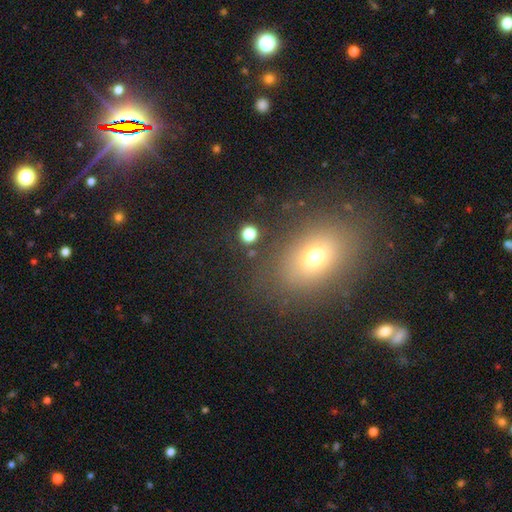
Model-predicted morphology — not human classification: A smooth galaxy with no disk features (54%) that is in between round and cigar-shaped (67%).

Vote fractions:
- Smooth or featured? smooth: 54% / star or artifact: 30% / featured or disk: 16%
- How rounded? in between: 67% / round: 31% / cigar-shaped: 2%
- Merging? none: 84% / minor disturbance: 9% / major disturbance: 4% / merger: 3%